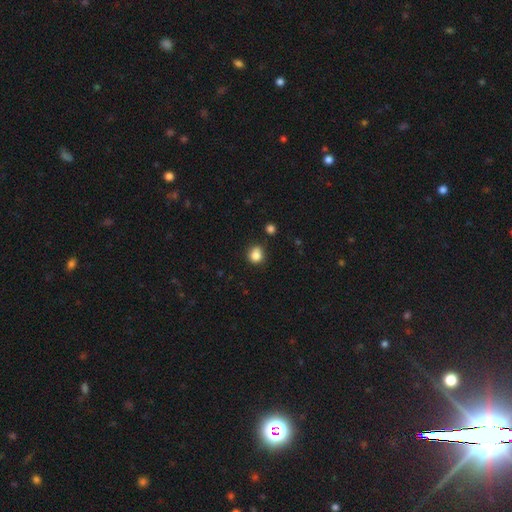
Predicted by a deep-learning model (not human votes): This appears to be a smooth galaxy with no disk features (84%) that is round (83%). Merging: none (71%).